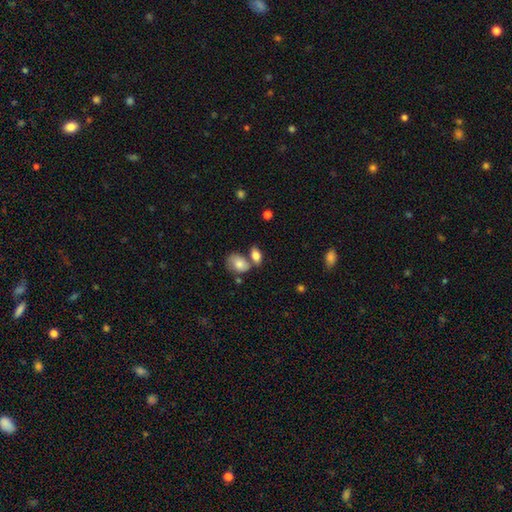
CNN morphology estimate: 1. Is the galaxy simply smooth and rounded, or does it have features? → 80% smooth, 13% featured or disk, 8% star or artifact.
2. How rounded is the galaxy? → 86% in between, 9% round, 5% cigar-shaped.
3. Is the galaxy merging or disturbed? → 50% none, 32% merger, 13% minor disturbance, 5% major disturbance.